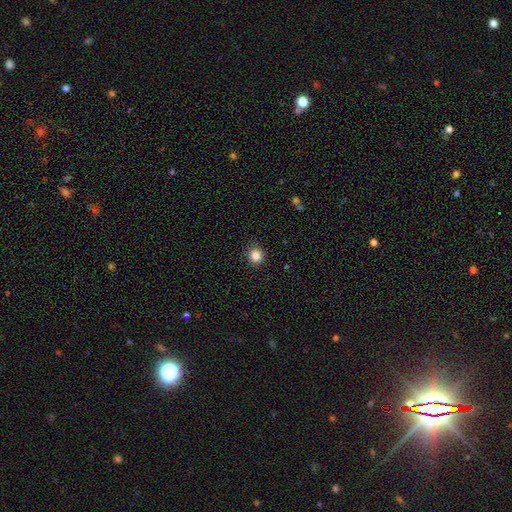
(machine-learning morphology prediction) This is clearly a smooth galaxy (85%). How rounded: clearly round (89%). Merging: clearly none (90%).